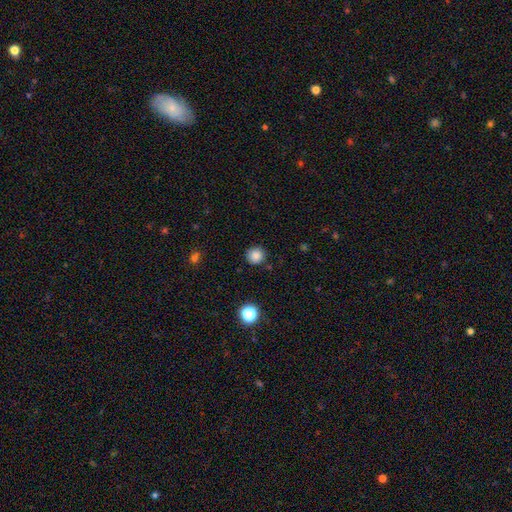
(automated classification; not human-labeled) A smooth galaxy with no disk features (84%) that is round (93%).

Vote fractions:
- Smooth or featured? smooth: 84% / star or artifact: 12% / featured or disk: 5%
- How rounded? round: 93% / in between: 6% / cigar-shaped: 1%
- Merging? none: 89% / minor disturbance: 7% / major disturbance: 2% / merger: 2%